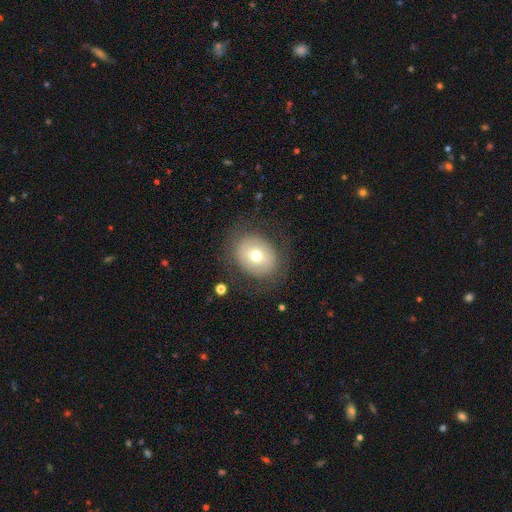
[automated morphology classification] Q: Smooth or featured?
A: smooth (63%); runner-up: featured or disk (28%)
Q: How rounded?
A: round (56%); runner-up: in between (43%)
Q: Merging?
A: none (78%); runner-up: minor disturbance (13%)